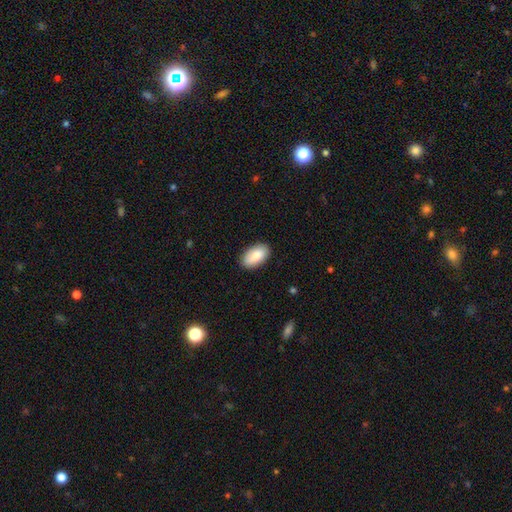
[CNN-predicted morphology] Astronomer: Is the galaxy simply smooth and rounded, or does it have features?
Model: smooth — 85%.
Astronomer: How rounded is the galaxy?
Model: in between — 94%.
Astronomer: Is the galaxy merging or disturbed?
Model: none — 88%.